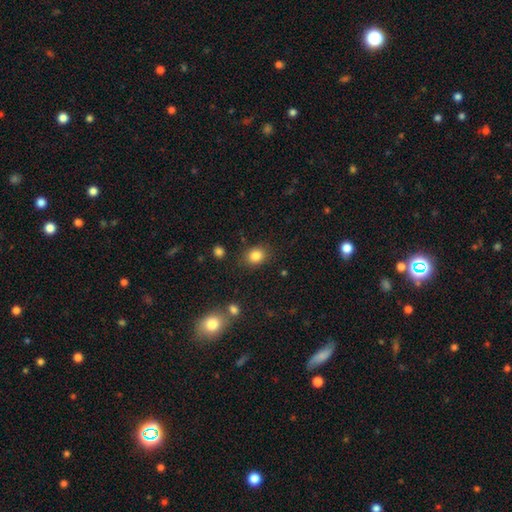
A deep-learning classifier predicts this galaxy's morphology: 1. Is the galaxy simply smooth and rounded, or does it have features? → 84% smooth, 10% star or artifact, 6% featured or disk.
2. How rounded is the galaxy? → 52% round, 47% in between, 1% cigar-shaped.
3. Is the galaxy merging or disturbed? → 83% none, 11% minor disturbance, 3% major disturbance, 2% merger.